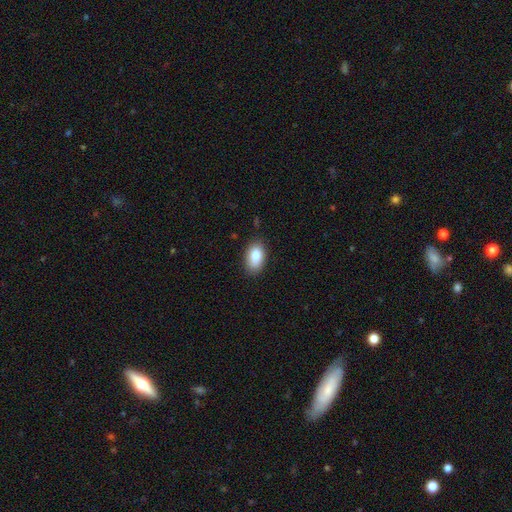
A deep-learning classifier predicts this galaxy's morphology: type=smooth (83%); roundness=in between (91%); merging=none (85%).